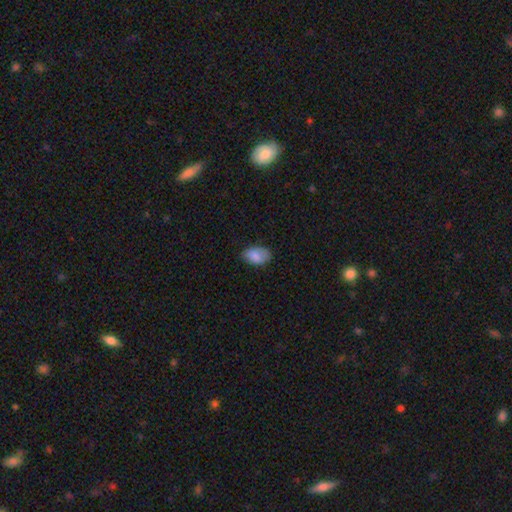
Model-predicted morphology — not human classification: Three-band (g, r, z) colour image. It shows a smooth galaxy with no disk features (84%) that is in between round and cigar-shaped (91%). Merging: none (73%).